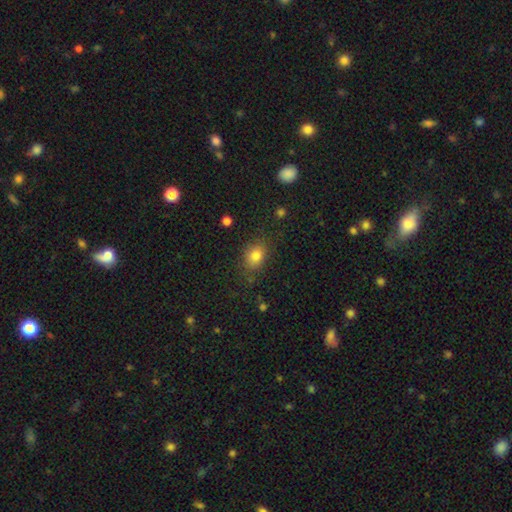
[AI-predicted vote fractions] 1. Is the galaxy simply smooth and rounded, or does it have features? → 81% smooth, 11% star or artifact, 8% featured or disk.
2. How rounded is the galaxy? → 71% in between, 28% round, 1% cigar-shaped.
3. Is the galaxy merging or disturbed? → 78% none, 15% minor disturbance, 5% major disturbance, 2% merger.